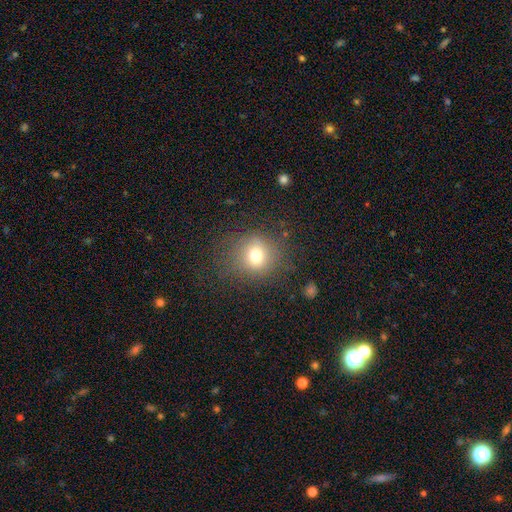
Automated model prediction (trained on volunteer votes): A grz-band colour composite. It shows a smooth galaxy with no disk features (74%) that is round (79%). Merging: none (73%).